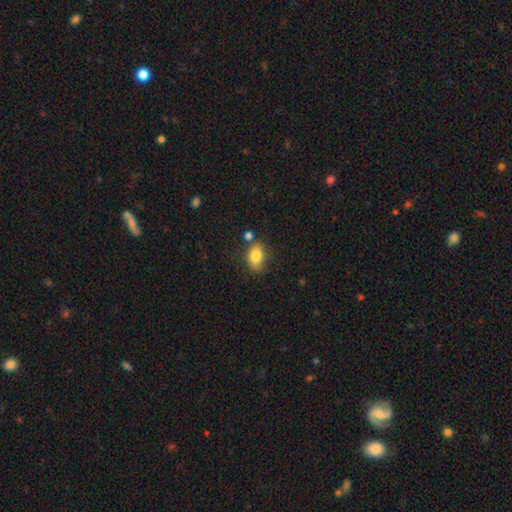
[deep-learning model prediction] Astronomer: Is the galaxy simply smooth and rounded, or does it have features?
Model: smooth — 83%.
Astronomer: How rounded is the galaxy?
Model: in between — 81%.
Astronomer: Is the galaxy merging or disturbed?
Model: none — 64%.